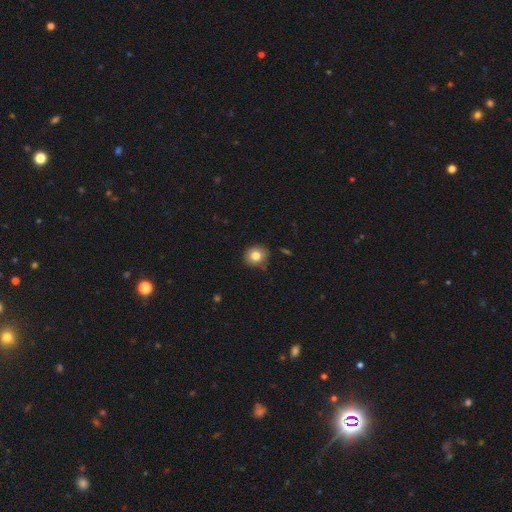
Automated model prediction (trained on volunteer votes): A smooth galaxy with no disk features (81%) that is round (86%). Merging: none (81%).